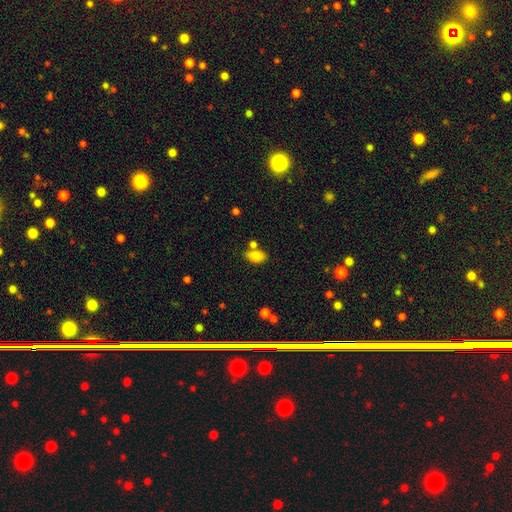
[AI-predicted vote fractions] Overall: smooth (84%). How rounded: in between (90%). Merging: none (63%).